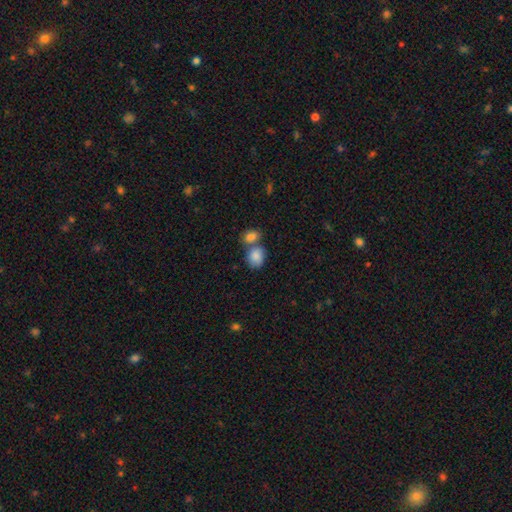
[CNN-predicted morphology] smooth_or_featured: smooth (p=0.86) [alt: star or artifact p=0.07]
how_rounded: in between (p=0.56) [alt: round p=0.43]
merging: merger (p=0.45) [alt: none p=0.39]